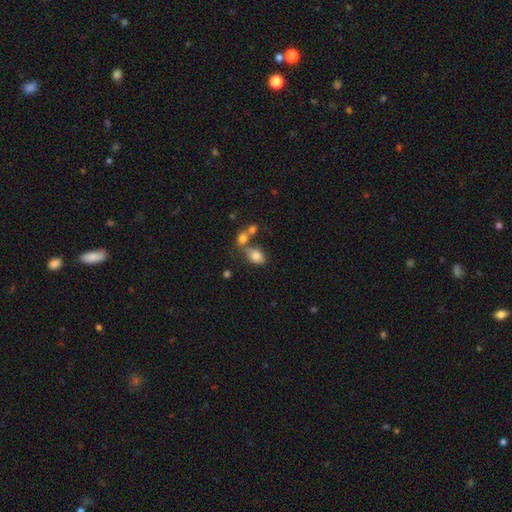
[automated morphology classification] smooth_or_featured: smooth (p=0.79) [alt: featured or disk p=0.11]
how_rounded: in between (p=0.77) [alt: round p=0.21]
merging: none (p=0.44) [alt: merger p=0.36]